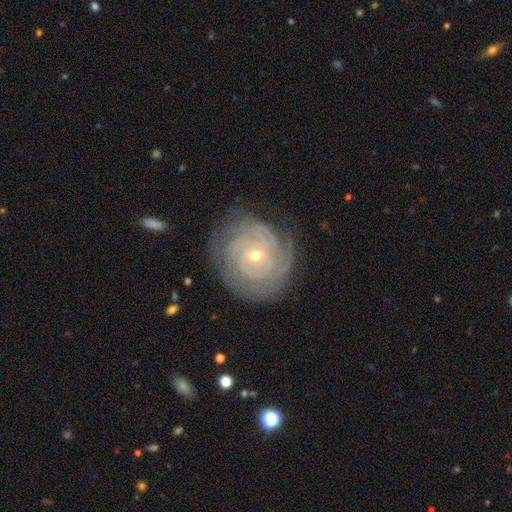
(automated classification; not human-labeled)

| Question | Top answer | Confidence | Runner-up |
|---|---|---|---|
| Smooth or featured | featured or disk | 84% | smooth (10%) |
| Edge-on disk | no | 97% | yes (3%) |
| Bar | no | 69% | weak (24%) |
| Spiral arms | yes | 95% | no (5%) |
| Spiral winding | tight | 84% | medium (13%) |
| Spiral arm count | can't tell | 37% | 3 (17%) |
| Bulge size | small | 68% | moderate (30%) |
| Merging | none | 77% | minor disturbance (16%) |